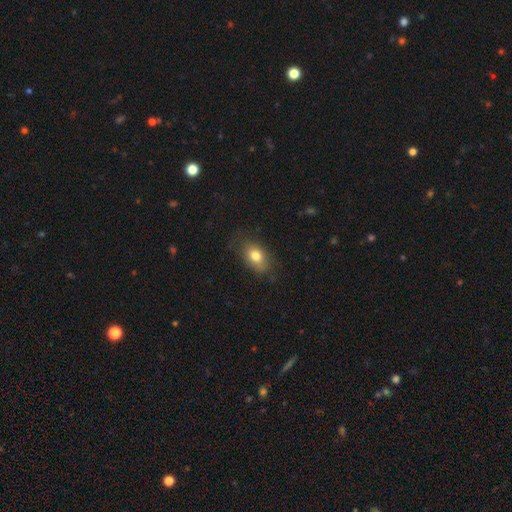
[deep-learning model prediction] smooth_or_featured: smooth (p=0.78) [alt: featured or disk p=0.13]
how_rounded: in between (p=0.82) [alt: round p=0.16]
merging: none (p=0.75) [alt: minor disturbance p=0.18]